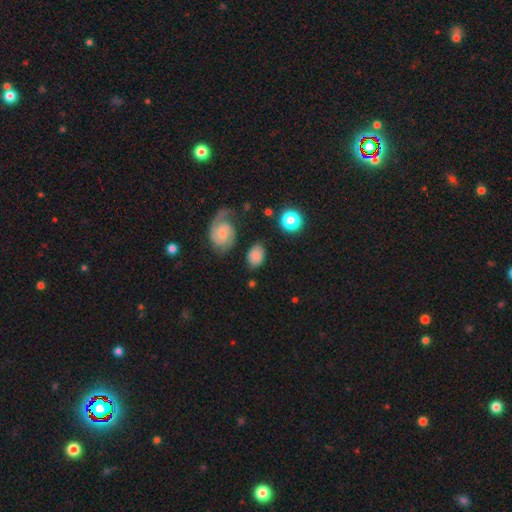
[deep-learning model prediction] smooth 68%, featured or disk 22%, star or artifact 10%. Down the decision tree: how rounded — in between (74%); merging — none (72%).